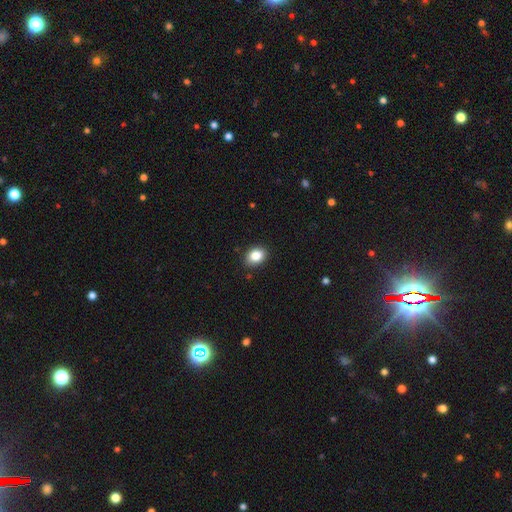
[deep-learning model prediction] Morphology: type=smooth (86%); roundness=in between (66%); merging=none (88%).